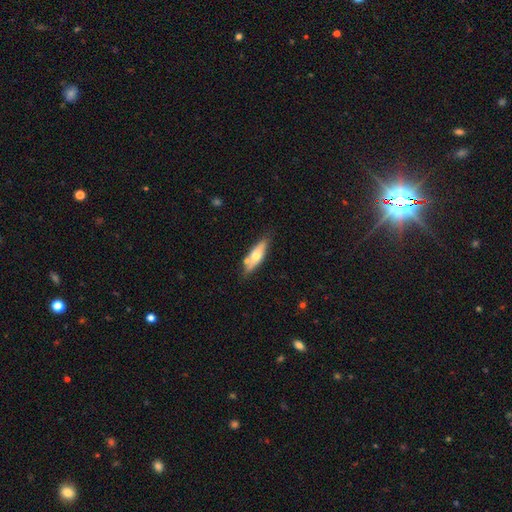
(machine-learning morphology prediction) smooth 52%, featured or disk 42%, star or artifact 6%. Down the decision tree: how rounded — in between (54%); merging — none (71%).